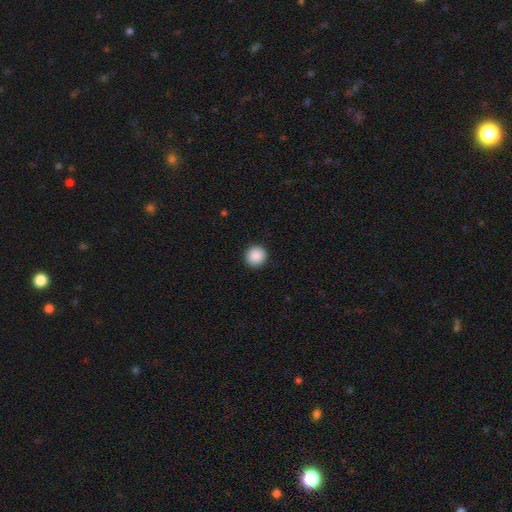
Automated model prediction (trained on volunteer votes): Overall: smooth (89%). How rounded: round (93%). Merging: none (92%).